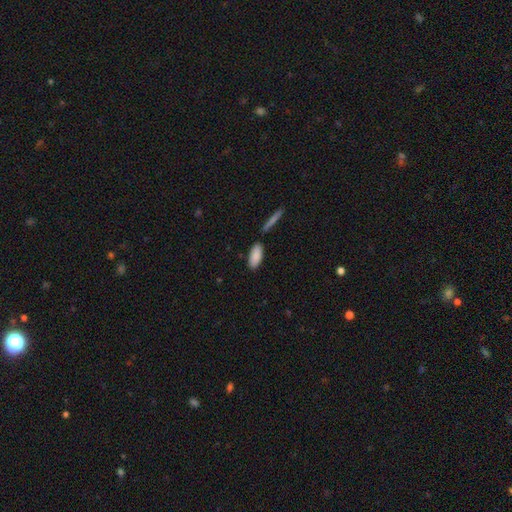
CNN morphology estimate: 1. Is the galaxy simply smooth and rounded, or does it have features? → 88% smooth, 6% featured or disk, 6% star or artifact.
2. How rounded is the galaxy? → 83% in between, 15% cigar-shaped, 2% round.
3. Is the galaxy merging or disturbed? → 80% none, 10% minor disturbance, 7% merger, 2% major disturbance.